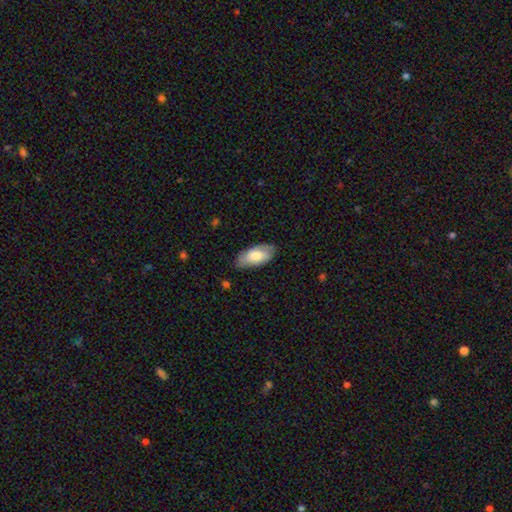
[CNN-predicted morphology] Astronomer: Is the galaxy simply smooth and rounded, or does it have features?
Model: smooth — 73%.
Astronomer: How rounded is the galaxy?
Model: in between — 91%.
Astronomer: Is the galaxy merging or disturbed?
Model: none — 77%.